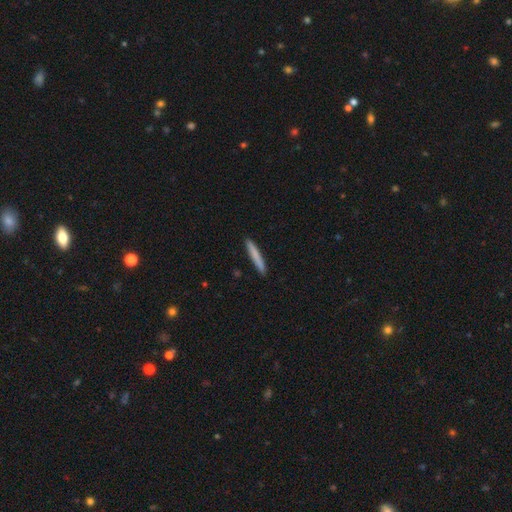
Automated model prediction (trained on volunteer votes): smooth 78%, featured or disk 17%, star or artifact 6%. Down the decision tree: how rounded — cigar-shaped (96%); merging — none (92%).